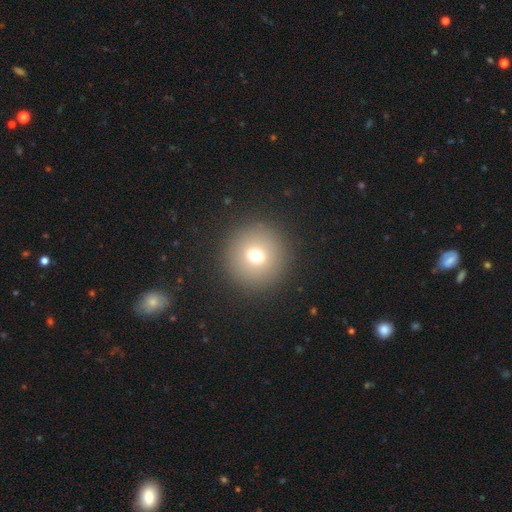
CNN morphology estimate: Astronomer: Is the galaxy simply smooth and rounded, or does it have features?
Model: smooth — 71%.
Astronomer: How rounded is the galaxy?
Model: round — 95%.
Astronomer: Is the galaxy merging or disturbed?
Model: none — 91%.